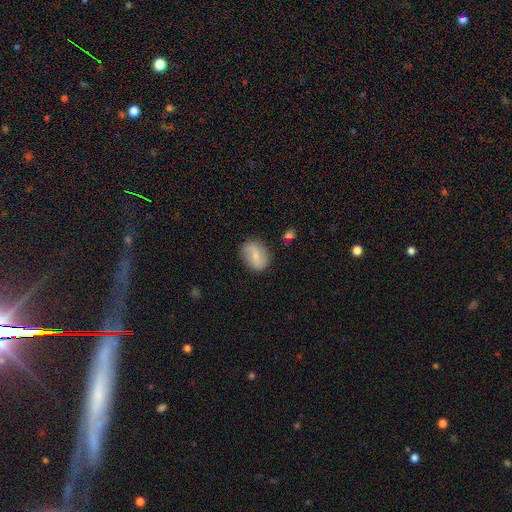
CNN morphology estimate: Smooth or featured: smooth — 55% (featured or disk — 37%)
How rounded: in between — 62% (round — 36%)
Merging: none — 78% (minor disturbance — 16%)